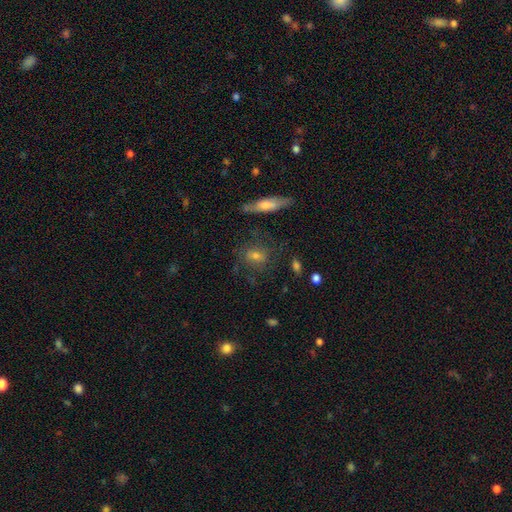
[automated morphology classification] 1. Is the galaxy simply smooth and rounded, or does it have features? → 43% smooth, 37% featured or disk, 20% star or artifact.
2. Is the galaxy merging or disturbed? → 72% none, 16% minor disturbance, 8% major disturbance, 3% merger.